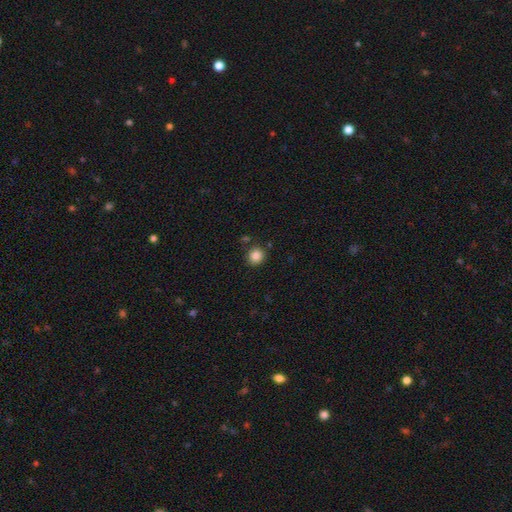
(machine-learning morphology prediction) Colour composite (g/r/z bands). It shows a smooth galaxy with no disk features (85%) that is round (89%). Merging: none (85%).